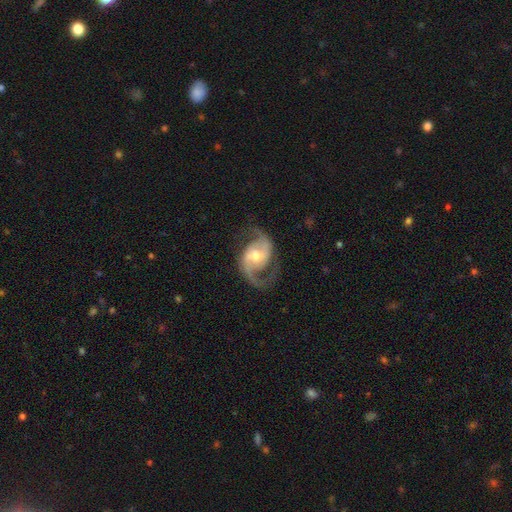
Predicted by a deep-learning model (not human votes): Q: Smooth or featured?
A: featured or disk (92%); runner-up: star or artifact (4%)
Q: Edge-on disk?
A: no (98%); runner-up: yes (2%)
Q: Bar?
A: weak (45%); runner-up: no (38%)
Q: Spiral arms?
A: yes (98%); runner-up: no (2%)
Q: Spiral winding?
A: medium (54%); runner-up: loose (33%)
Q: Spiral arm count?
A: 2 (93%); runner-up: can't tell (2%)
Q: Bulge size?
A: moderate (61%); runner-up: small (32%)
Q: Merging?
A: none (78%); runner-up: minor disturbance (14%)